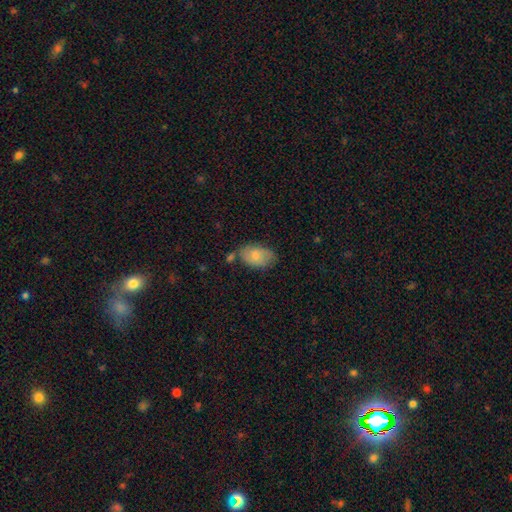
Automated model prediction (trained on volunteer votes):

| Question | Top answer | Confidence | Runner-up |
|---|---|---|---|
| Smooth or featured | smooth | 76% | featured or disk (17%) |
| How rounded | in between | 92% | round (7%) |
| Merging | none | 62% | minor disturbance (24%) |